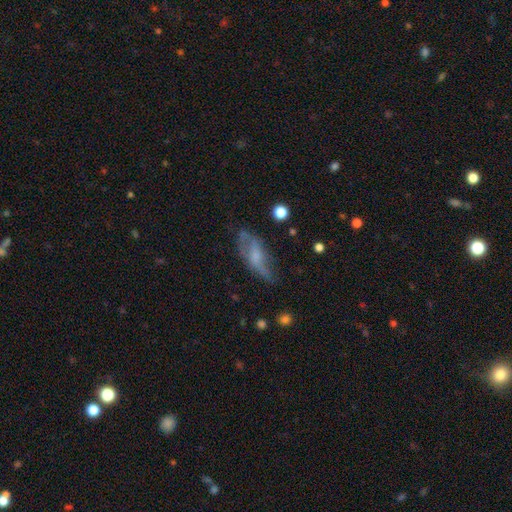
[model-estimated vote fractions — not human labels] smooth_or_featured: featured or disk (p=0.50) [alt: smooth p=0.41]
merging: none (p=0.48) [alt: minor disturbance p=0.30]